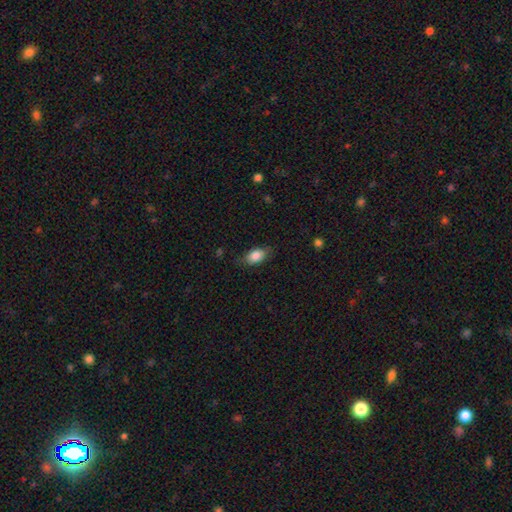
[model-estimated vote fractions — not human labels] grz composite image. It shows a smooth galaxy with no disk features (84%) that is in between round and cigar-shaped (88%). Merging: none (77%).